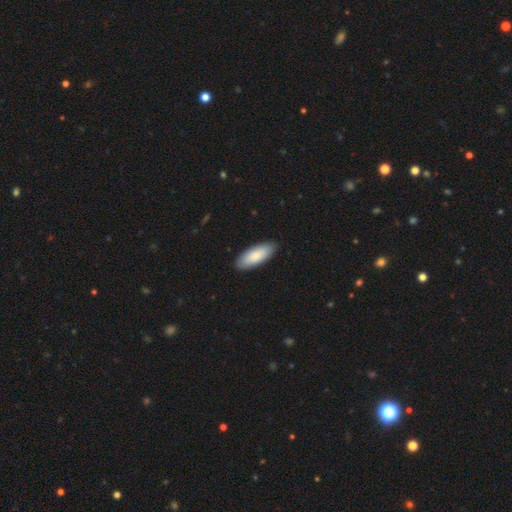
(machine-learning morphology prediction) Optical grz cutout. It shows a smooth galaxy with no disk features (84%) that is in between round and cigar-shaped (79%). Merging: none (89%).